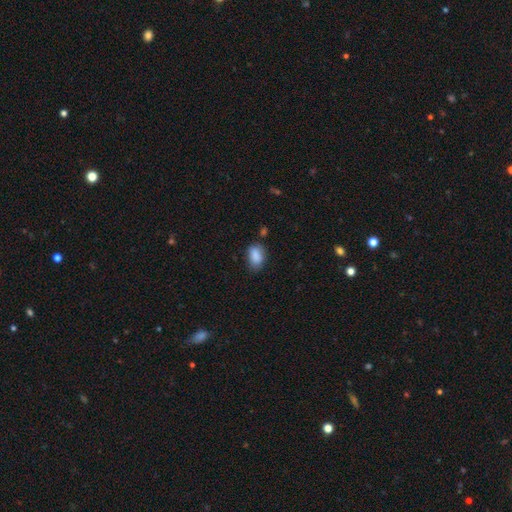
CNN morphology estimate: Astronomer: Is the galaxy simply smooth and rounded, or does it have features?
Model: smooth — 87%.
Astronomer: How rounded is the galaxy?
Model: in between — 86%.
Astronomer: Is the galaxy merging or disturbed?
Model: none — 68%.